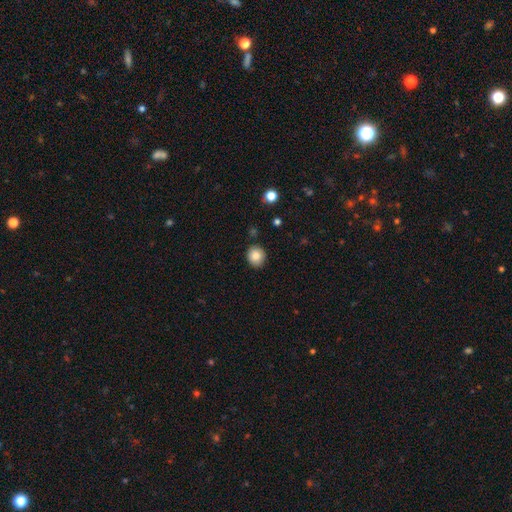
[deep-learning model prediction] This appears to be a smooth galaxy with no disk features (86%) that is round (79%). Merging: none (87%).